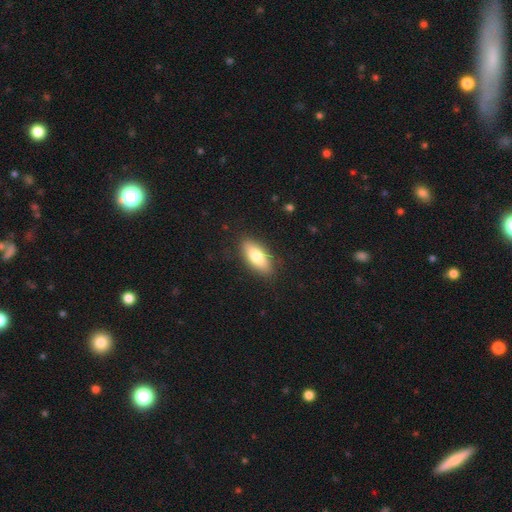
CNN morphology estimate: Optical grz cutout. It shows a smooth galaxy with no disk features (77%) that is in between round and cigar-shaped (79%). Merging: none (86%).